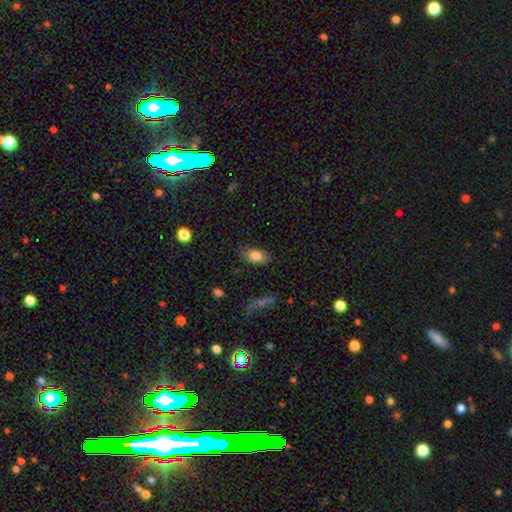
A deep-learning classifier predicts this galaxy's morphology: A smooth galaxy with no disk features (80%) that is in between round and cigar-shaped (89%). Merging: none (80%).